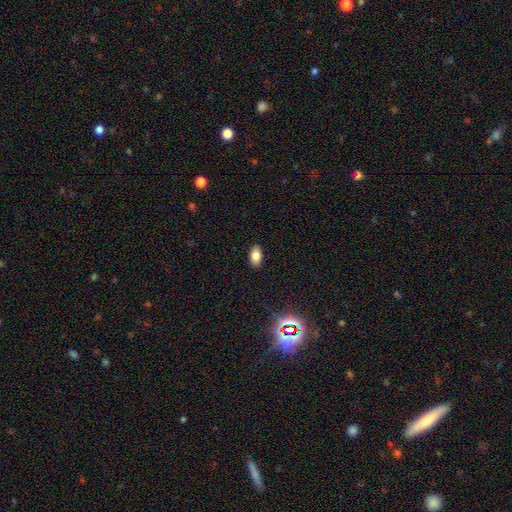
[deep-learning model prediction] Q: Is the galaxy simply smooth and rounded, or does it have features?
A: smooth — 79%.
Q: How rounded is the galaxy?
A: in between — 92%.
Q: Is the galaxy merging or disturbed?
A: none — 89%.